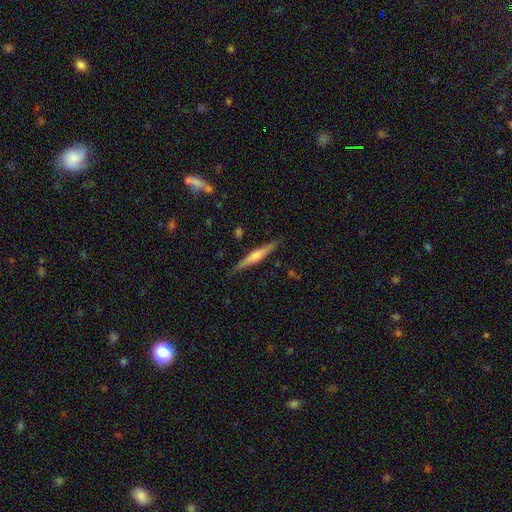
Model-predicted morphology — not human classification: smooth_or_featured: featured or disk (p=0.56) [alt: smooth p=0.38]
disk_edge_on: yes (p=0.97) [alt: no p=0.03]
edge_on_bulge: rounded (p=0.67) [alt: none p=0.21]
merging: none (p=0.87) [alt: minor disturbance p=0.09]